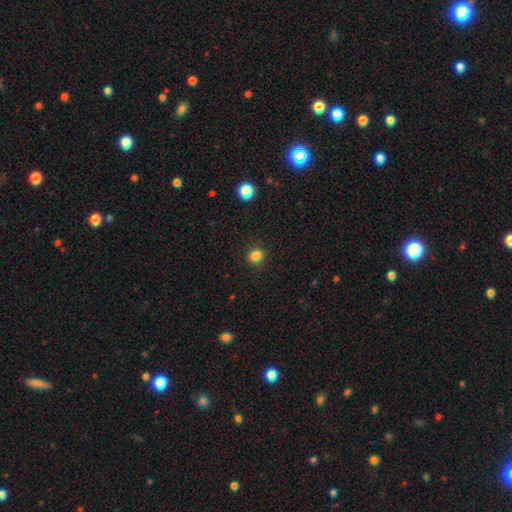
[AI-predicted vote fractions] smooth-or-featured: smooth: 85% | star or artifact: 12% | featured or disk: 4%
  how-rounded: round: 71% | in between: 28% | cigar-shaped: 1%
  merging: none: 89% | minor disturbance: 8% | major disturbance: 2% | merger: 1%